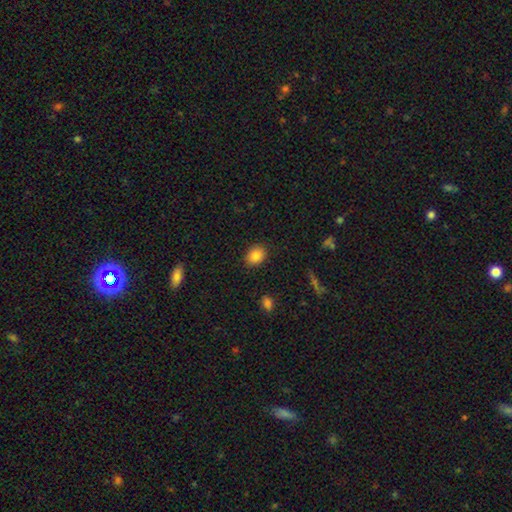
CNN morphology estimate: Smooth or featured: smooth — 86% (star or artifact — 9%)
How rounded: in between — 56% (round — 43%)
Merging: none — 87% (minor disturbance — 9%)